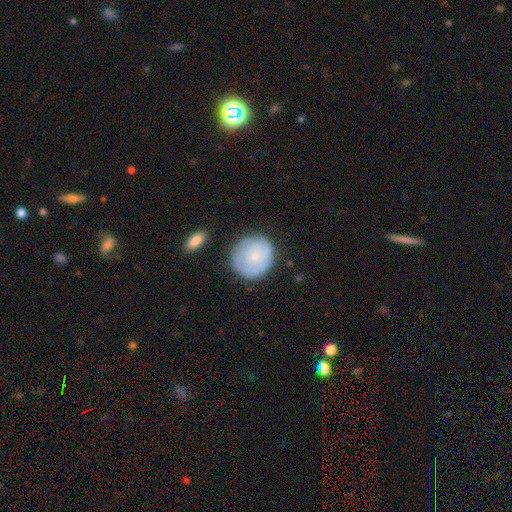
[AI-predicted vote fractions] Smooth or featured? Predicted: smooth (p=0.60). How rounded? Predicted: round (p=0.92). Merging? Predicted: none (p=0.75).